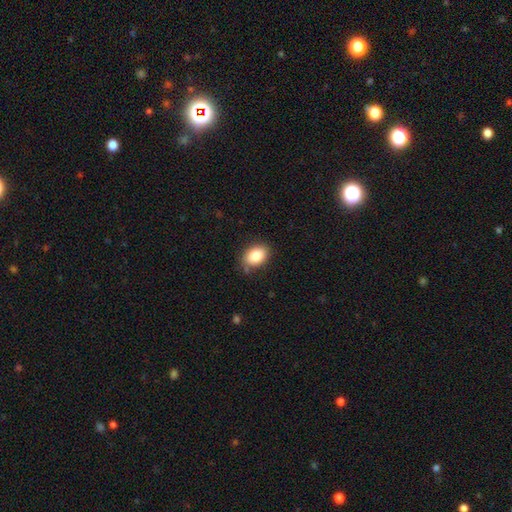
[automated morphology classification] type=smooth (86%); roundness=in between (81%); merging=none (80%).